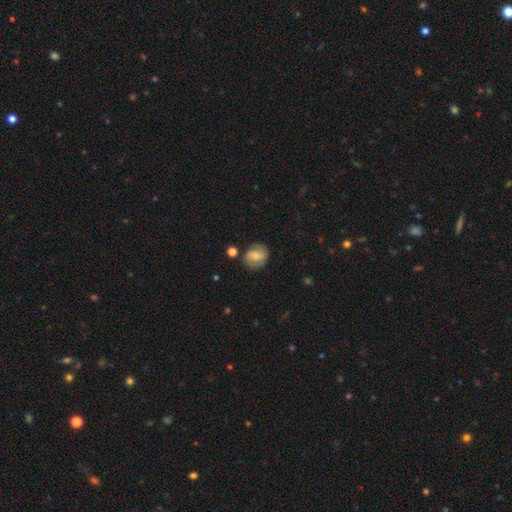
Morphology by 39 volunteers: Smooth or featured: smooth — 54% (featured or disk — 38%)
How rounded: round — 62% (in between — 38%)
Merging: none — 69% (minor disturbance — 22%)